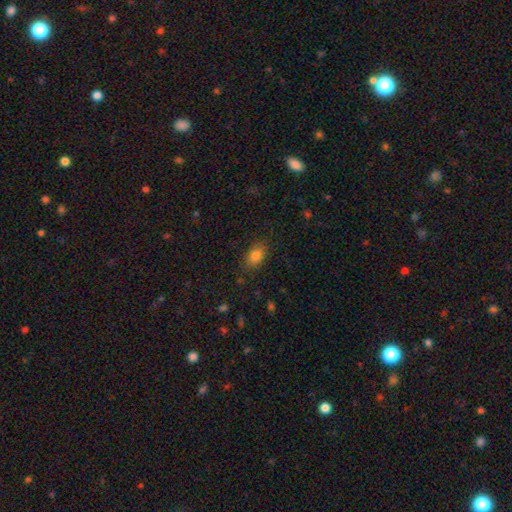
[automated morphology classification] Smooth or featured: smooth — 83% (star or artifact — 9%)
How rounded: in between — 86% (round — 12%)
Merging: none — 82% (minor disturbance — 13%)